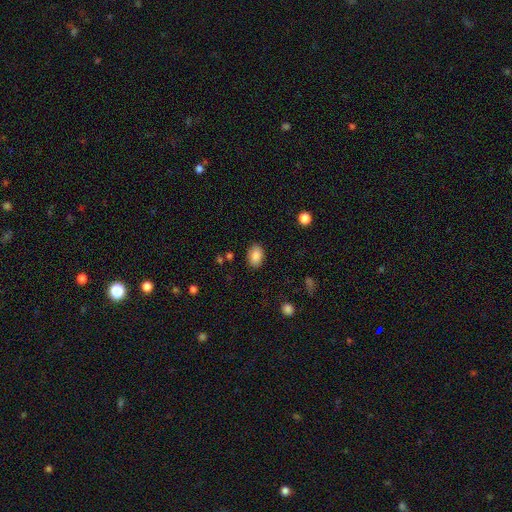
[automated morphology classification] smooth_or_featured: smooth (p=0.86) [alt: star or artifact p=0.08]
how_rounded: in between (p=0.83) [alt: round p=0.16]
merging: none (p=0.87) [alt: minor disturbance p=0.09]